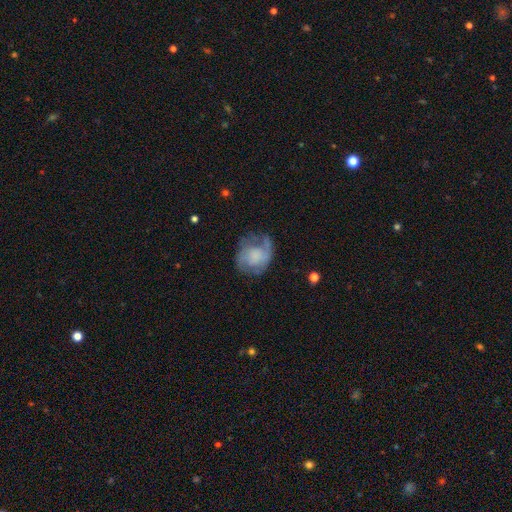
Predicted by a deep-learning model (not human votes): A featured or disk galaxy (55%) with no bar (78%), spiral arms (69%) and no central bulge (46%). Merging: none (47%).